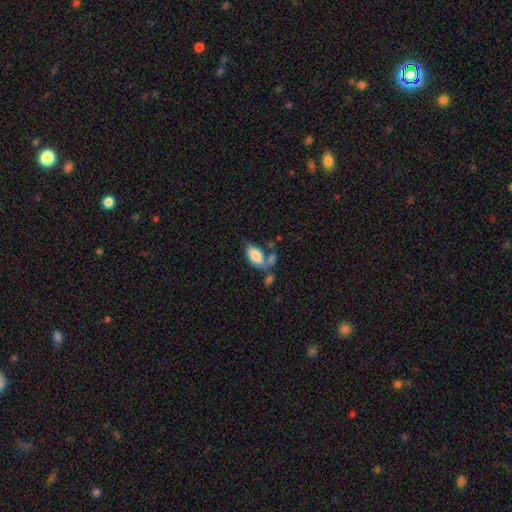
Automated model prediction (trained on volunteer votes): Smooth or featured?
  - smooth: 83% *
  - featured or disk: 11%
  - star or artifact: 7%
How rounded?
  - in between: 90% *
  - cigar-shaped: 7%
  - round: 2%
Merging?
  - none: 44% *
  - merger: 32%
  - minor disturbance: 17%
  - major disturbance: 7%